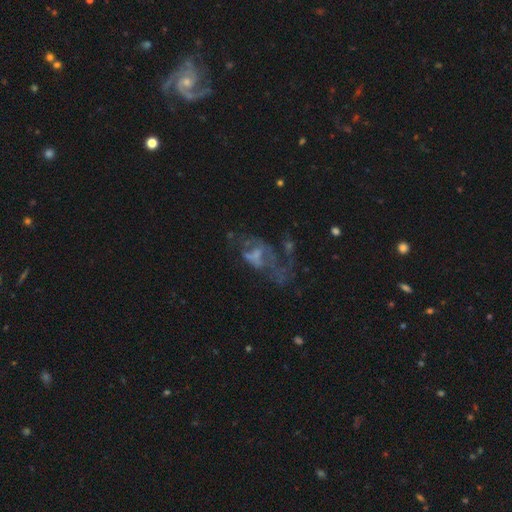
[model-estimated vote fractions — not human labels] Smooth or featured: featured or disk — 61% (smooth — 20%)
Edge-on disk: no — 96% (yes — 4%)
Bar: no — 69% (weak — 25%)
Spiral arms: no — 65% (yes — 35%)
Bulge size: none — 43% (small — 31%)
Merging: major disturbance — 44% (none — 31%)